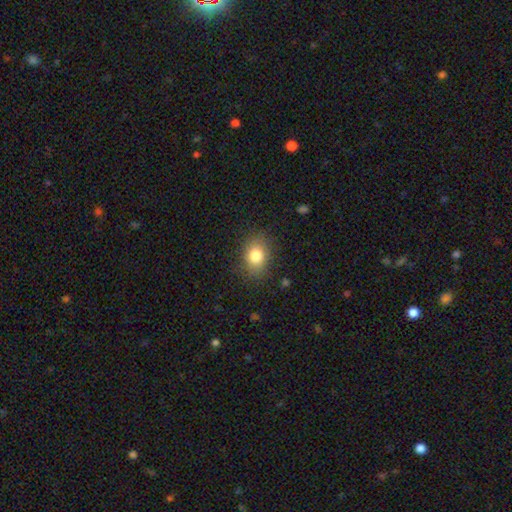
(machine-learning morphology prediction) smooth_or_featured: smooth (p=0.81) [alt: star or artifact p=0.10]
how_rounded: in between (p=0.62) [alt: round p=0.36]
merging: none (p=0.84) [alt: minor disturbance p=0.11]